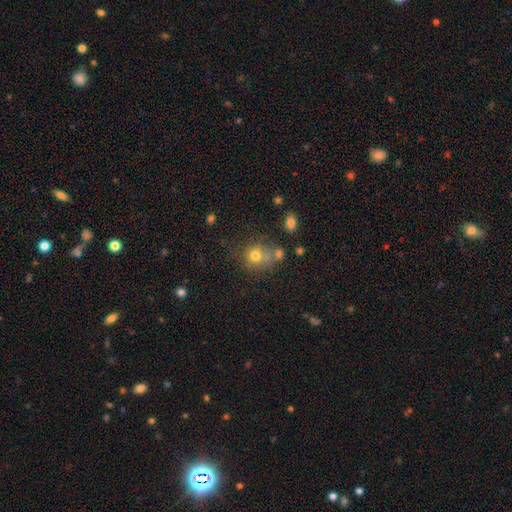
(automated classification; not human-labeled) smooth 73%, star or artifact 14%, featured or disk 12%. Down the decision tree: how rounded — round (74%); merging — none (49%).